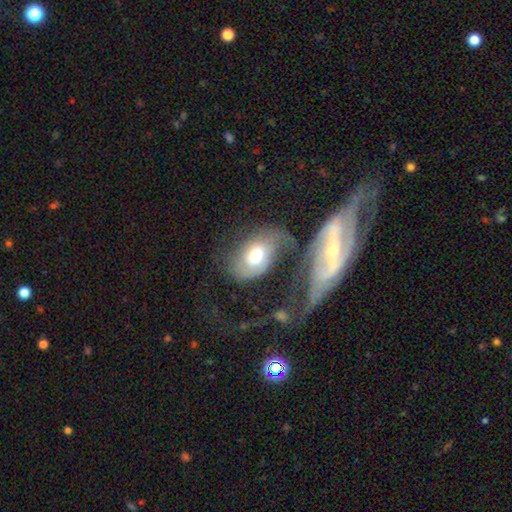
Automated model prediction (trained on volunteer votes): Overall: featured or disk (47%; smooth 45%). Merging: none (34%; merger 24%).